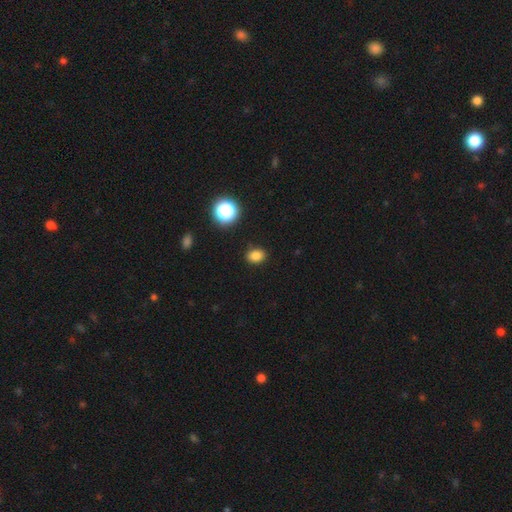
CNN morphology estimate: A smooth galaxy with no disk features (82%) that is in between round and cigar-shaped (57%). Merging: none (87%).